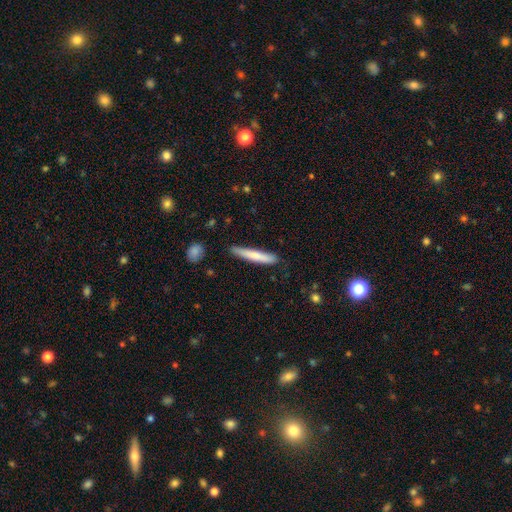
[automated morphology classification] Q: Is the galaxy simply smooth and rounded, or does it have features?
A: smooth — 73%.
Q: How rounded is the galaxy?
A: cigar-shaped — 94%.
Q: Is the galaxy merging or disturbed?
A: none — 80%.